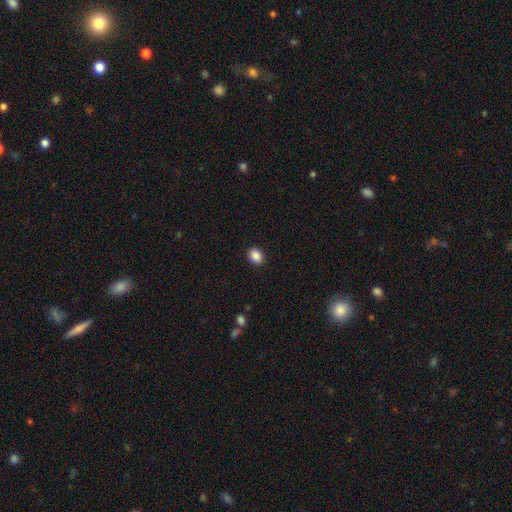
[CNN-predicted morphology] This appears to be a smooth galaxy with no disk features (88%) that is round (53%). Merging: none (91%).